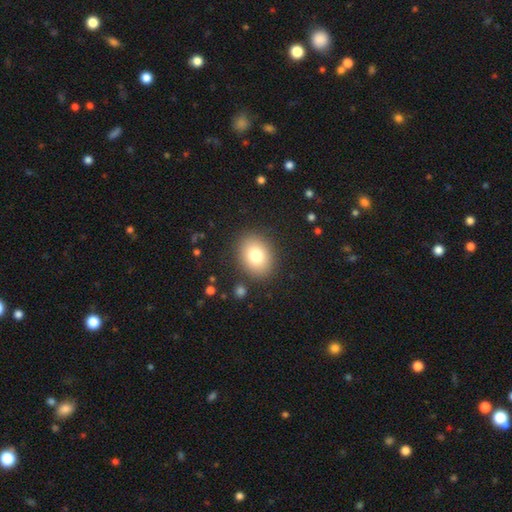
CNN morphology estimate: Smooth or featured? Predicted: smooth (p=0.79). How rounded? Predicted: in between (p=0.53). Merging? Predicted: none (p=0.88).